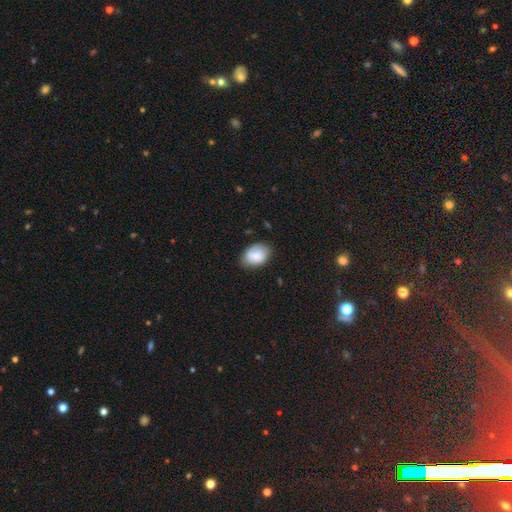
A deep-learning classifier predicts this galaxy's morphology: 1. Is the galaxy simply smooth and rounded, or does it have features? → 72% smooth, 20% featured or disk, 8% star or artifact.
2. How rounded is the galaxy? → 79% in between, 19% round, 1% cigar-shaped.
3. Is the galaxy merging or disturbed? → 68% none, 24% minor disturbance, 5% major disturbance, 3% merger.